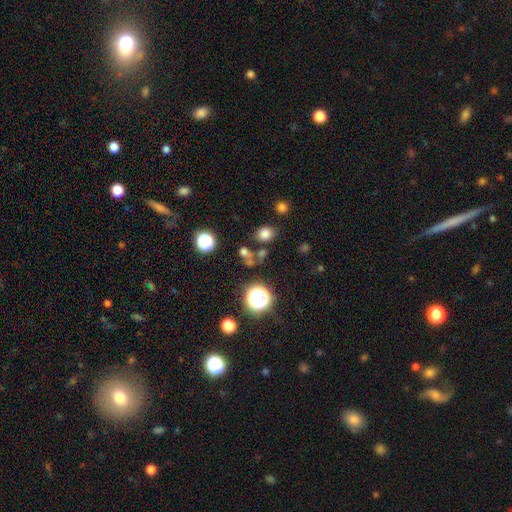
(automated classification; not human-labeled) This appears to be a star or artifact, not a galaxy (54%).